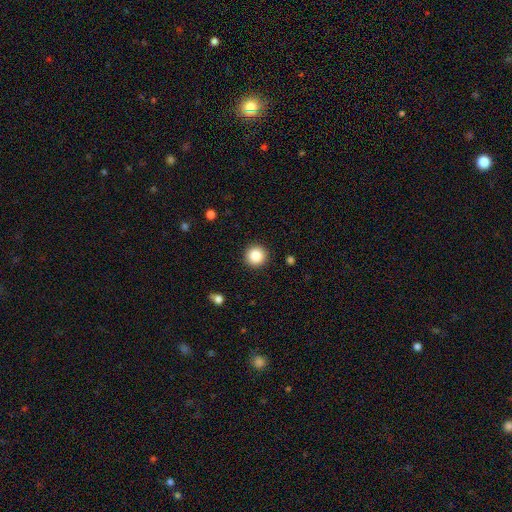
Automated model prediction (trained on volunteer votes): smooth-or-featured: smooth: 86% | star or artifact: 9% | featured or disk: 5%
  how-rounded: round: 96% | in between: 3% | cigar-shaped: 1%
  merging: none: 92% | minor disturbance: 5% | major disturbance: 2% | merger: 1%